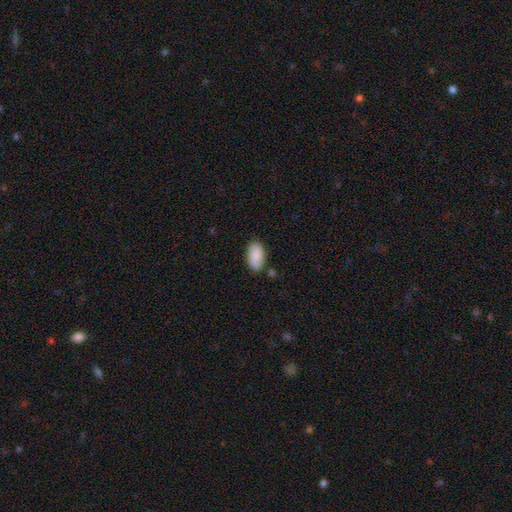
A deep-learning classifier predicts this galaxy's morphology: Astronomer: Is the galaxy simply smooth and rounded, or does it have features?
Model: smooth — 85%.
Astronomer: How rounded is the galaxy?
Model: in between — 94%.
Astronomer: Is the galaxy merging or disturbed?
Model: none — 76%.